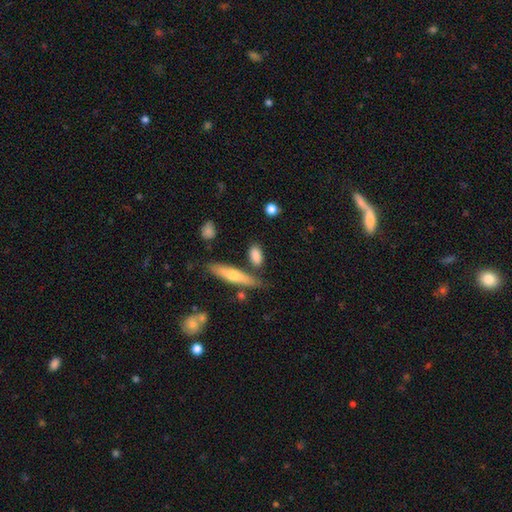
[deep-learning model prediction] This appears to be a smooth galaxy with no disk features (80%) that is in between round and cigar-shaped (70%). Merging: none (71%).